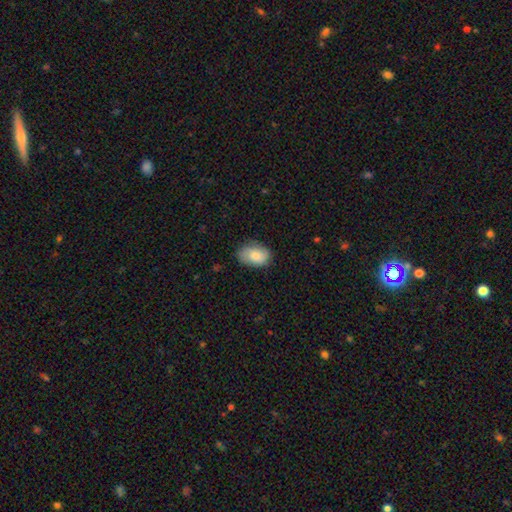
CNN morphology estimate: This appears to be a smooth galaxy with no disk features (78%) that is in between round and cigar-shaped (83%). Merging: none (77%).